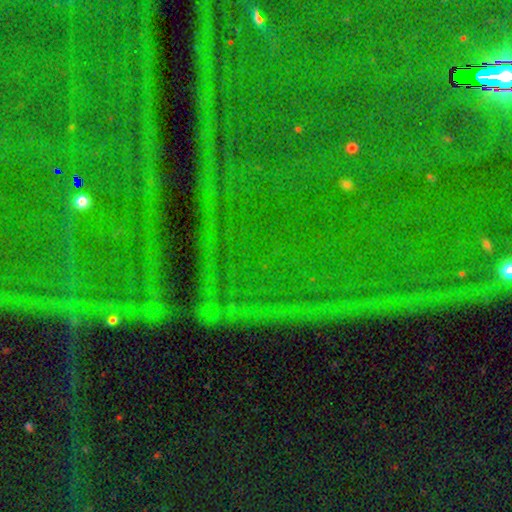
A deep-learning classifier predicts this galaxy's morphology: Smooth or featured?
  - star or artifact: 87% *
  - featured or disk: 7%
  - smooth: 6%